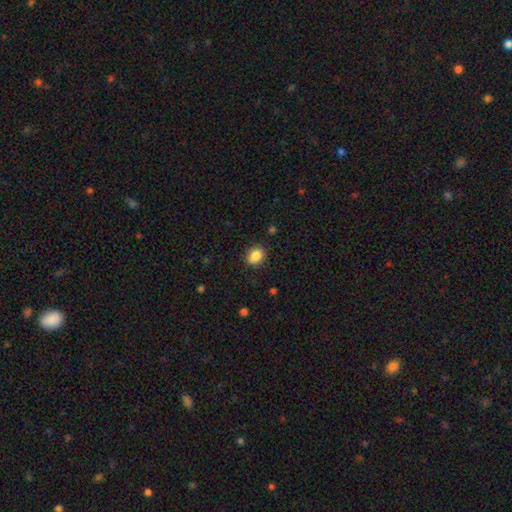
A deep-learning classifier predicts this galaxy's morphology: Smooth or featured? Predicted: smooth (p=0.86). How rounded? Predicted: round (p=0.55). Merging? Predicted: none (p=0.82).